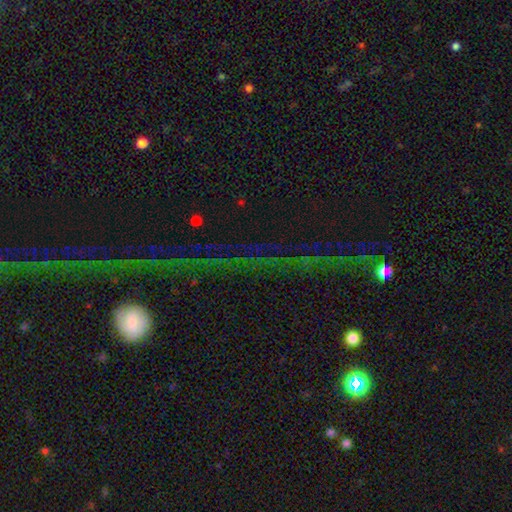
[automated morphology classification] smooth_or_featured: star or artifact (p=0.76) [alt: featured or disk p=0.13]